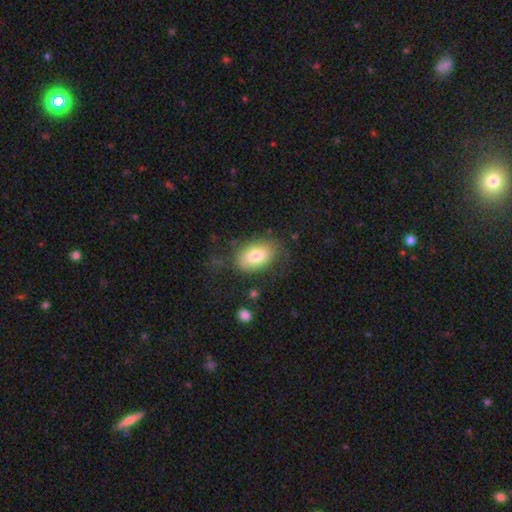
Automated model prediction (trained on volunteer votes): Smooth or featured? smooth (75%)
How rounded? in between (88%)
Merging? none (69%)